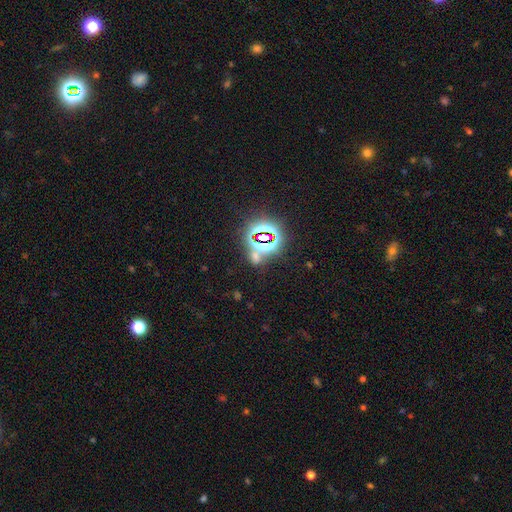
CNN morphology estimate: smooth-or-featured: star or artifact: 66% | smooth: 26% | featured or disk: 8%